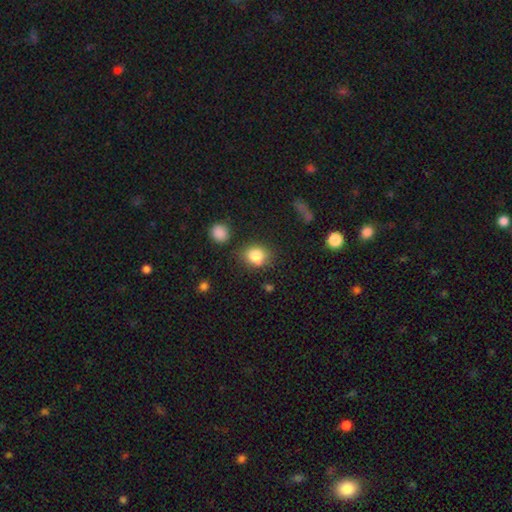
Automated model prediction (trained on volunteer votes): This is clearly a smooth galaxy (83%). How rounded: likely round (62%). Merging: likely none (73%).